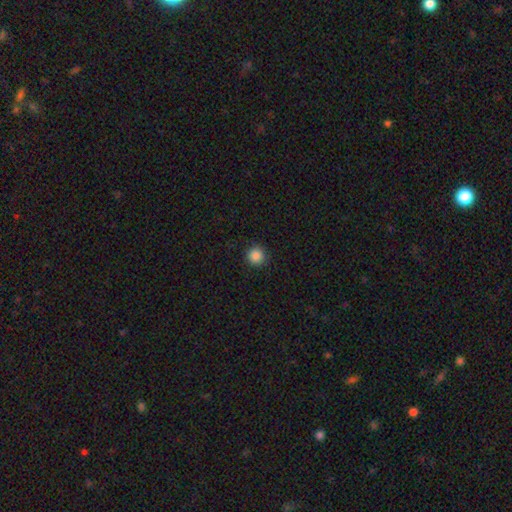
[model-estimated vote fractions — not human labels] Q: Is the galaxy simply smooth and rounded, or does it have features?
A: smooth — 87%.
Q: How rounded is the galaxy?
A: round — 95%.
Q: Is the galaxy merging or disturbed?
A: none — 91%.